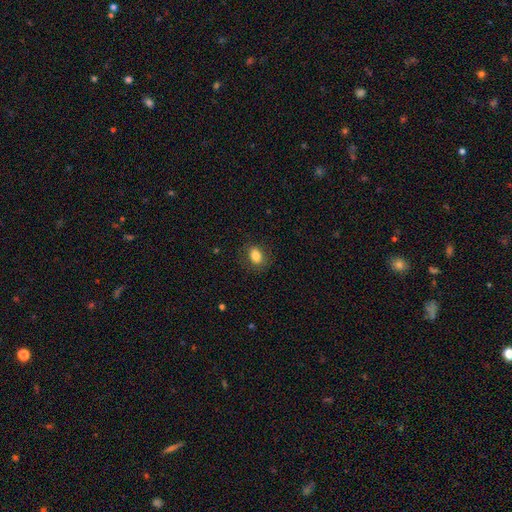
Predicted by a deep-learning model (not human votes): Smooth or featured? Predicted: smooth (p=0.82). How rounded? Predicted: in between (p=0.71). Merging? Predicted: none (p=0.82).